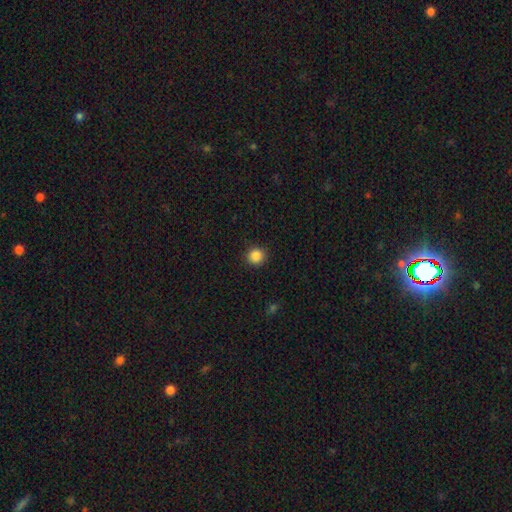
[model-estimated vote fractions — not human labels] Morphology: type=smooth (86%); roundness=round (93%); merging=none (91%).